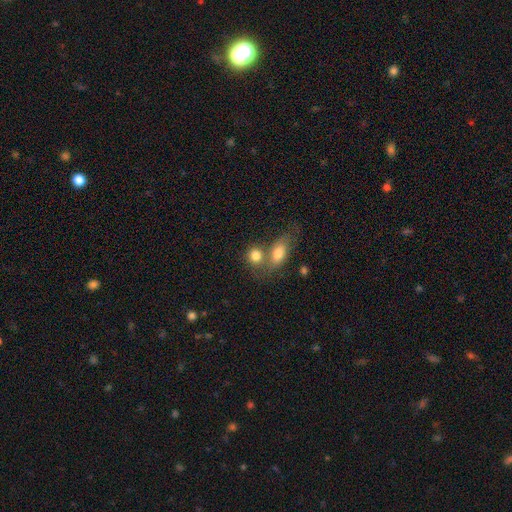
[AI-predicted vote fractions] Q: Smooth or featured?
A: smooth (81%); runner-up: featured or disk (10%)
Q: How rounded?
A: round (60%); runner-up: in between (37%)
Q: Merging?
A: merger (45%); runner-up: none (41%)